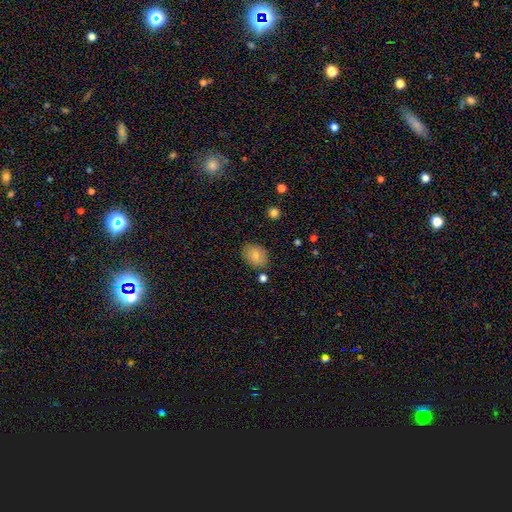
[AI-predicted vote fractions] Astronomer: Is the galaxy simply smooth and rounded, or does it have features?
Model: smooth — 81%.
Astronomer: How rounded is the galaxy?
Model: in between — 61% (runner-up: round, 38%).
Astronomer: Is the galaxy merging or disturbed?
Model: none — 80%.